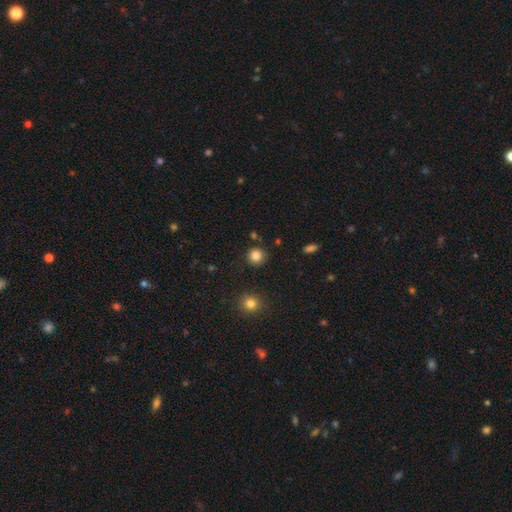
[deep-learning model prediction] smooth 85%, star or artifact 11%, featured or disk 4%. Down the decision tree: how rounded — round (93%); merging — none (89%).